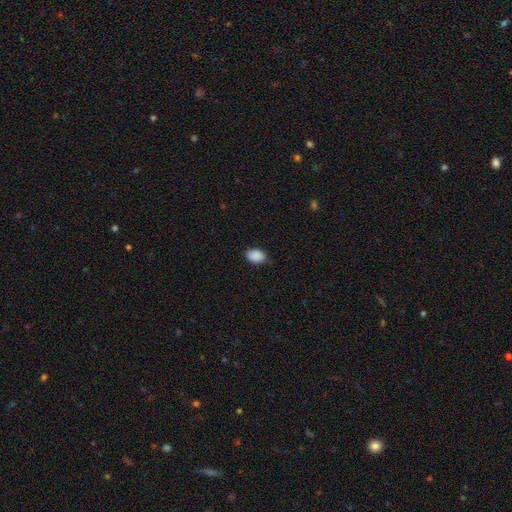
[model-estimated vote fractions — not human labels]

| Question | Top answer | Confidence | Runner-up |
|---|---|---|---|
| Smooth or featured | smooth | 90% | star or artifact (7%) |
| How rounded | in between | 82% | round (17%) |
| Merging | none | 81% | minor disturbance (16%) |